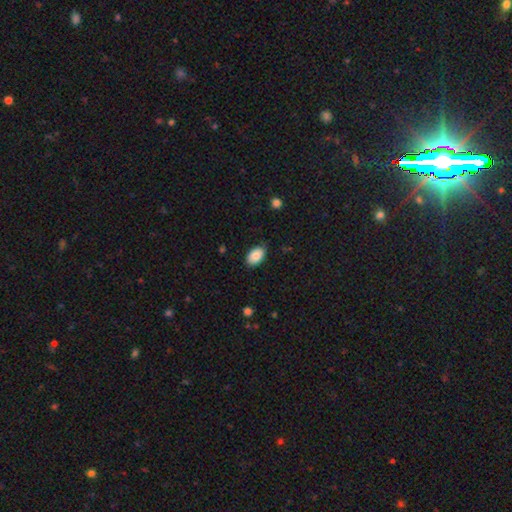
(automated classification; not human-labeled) Smooth or featured? Predicted: smooth (p=0.86). How rounded? Predicted: in between (p=0.92). Merging? Predicted: none (p=0.83).